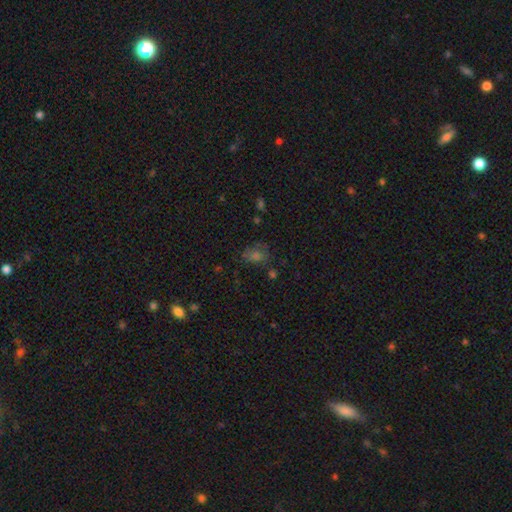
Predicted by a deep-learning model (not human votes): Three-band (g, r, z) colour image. It shows a smooth galaxy with no disk features (47%). Merging: none (63%).